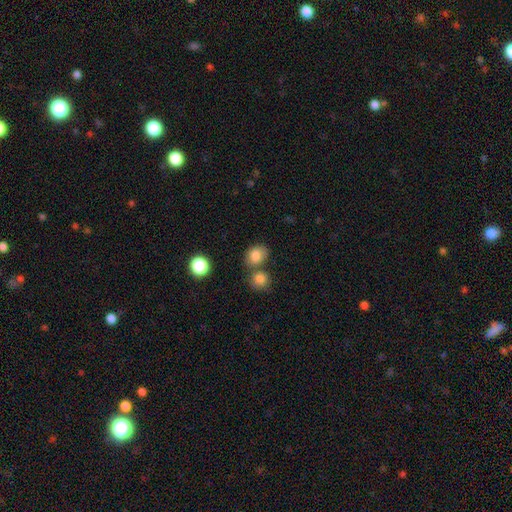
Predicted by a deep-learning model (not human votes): Overall: smooth (83%). How rounded: in between (55%; round 44%). Merging: none (54%; merger 29%).